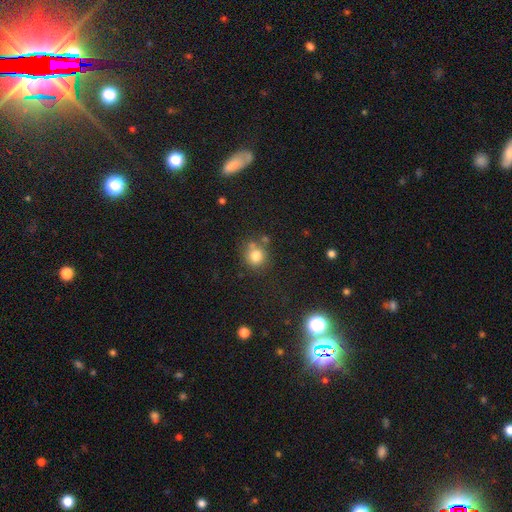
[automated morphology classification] Overall: smooth (79%). How rounded: round (86%). Merging: none (66%).